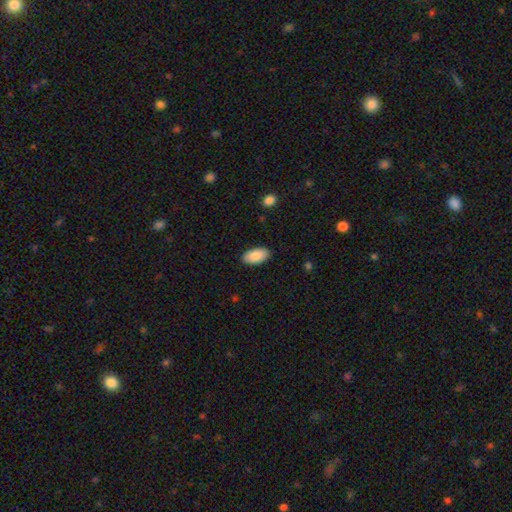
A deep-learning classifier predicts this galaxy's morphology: A smooth galaxy with no disk features (89%) that is in between round and cigar-shaped (95%). Merging: none (89%).